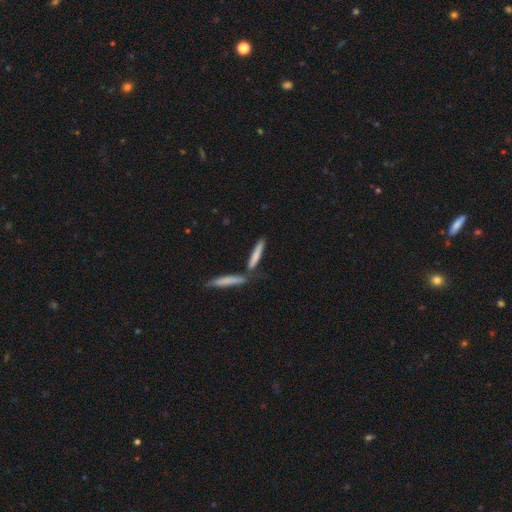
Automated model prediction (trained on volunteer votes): Morphology: type=smooth (72%); roundness=cigar-shaped (90%); merging=none (65%).